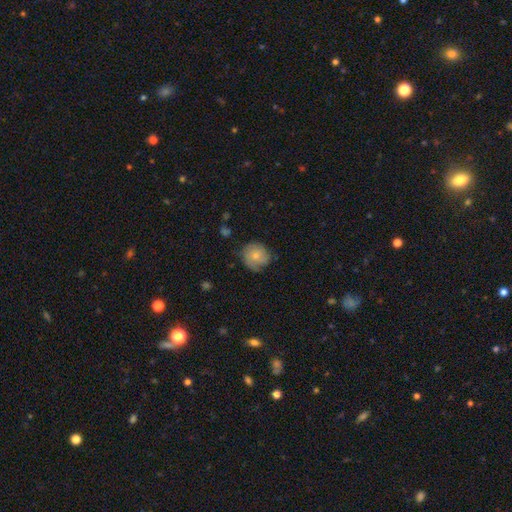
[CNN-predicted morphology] The model was most divided on "smooth or featured": smooth: 69%, featured or disk: 23%, star or artifact: 8%. More confident: how rounded — round (88%); merging — none (70%).